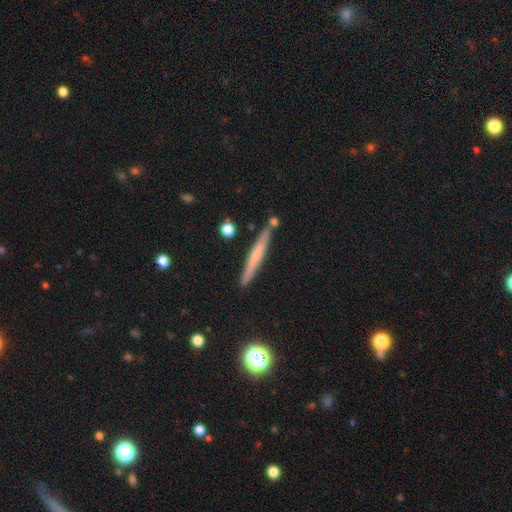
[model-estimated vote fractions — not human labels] Smooth or featured? smooth (49%)
Merging? none (85%)